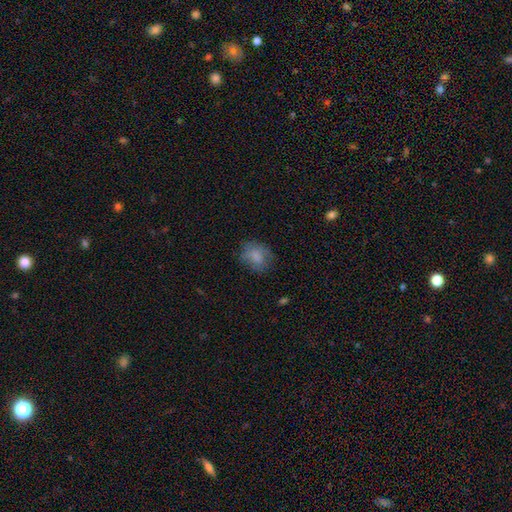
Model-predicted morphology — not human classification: The model was most divided on "how rounded": round: 52%, in between: 47%, cigar-shaped: 1%. More confident: smooth or featured — smooth (76%); merging — none (66%).